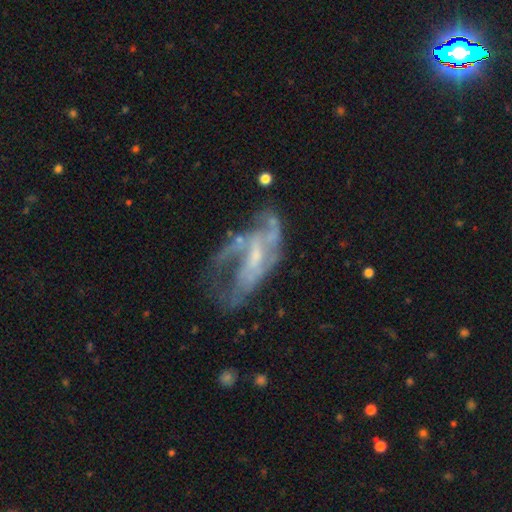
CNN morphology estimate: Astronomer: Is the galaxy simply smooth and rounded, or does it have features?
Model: featured or disk — 75%.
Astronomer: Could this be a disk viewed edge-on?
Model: no — 93%.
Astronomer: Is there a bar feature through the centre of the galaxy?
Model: no — 47% (runner-up: weak, 38%).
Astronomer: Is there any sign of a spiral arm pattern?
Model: yes — 61% (runner-up: no, 39%).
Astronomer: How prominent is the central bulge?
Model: small — 47% (runner-up: none, 27%).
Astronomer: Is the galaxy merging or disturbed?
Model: major disturbance — 40% (runner-up: none, 32%).